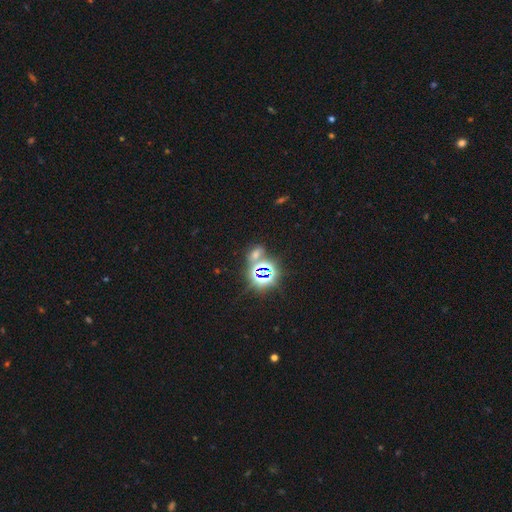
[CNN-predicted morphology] Smooth or featured: star or artifact — 72% (smooth — 19%)